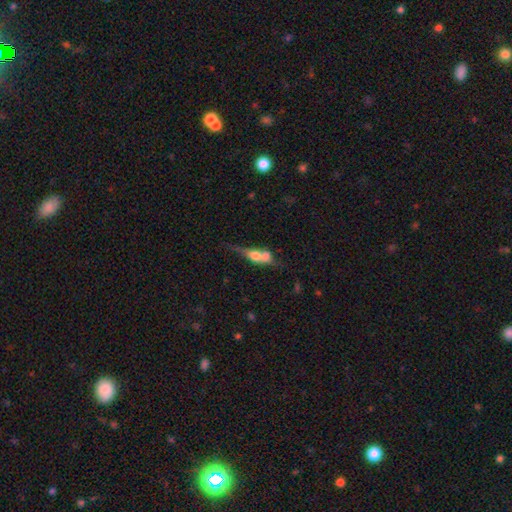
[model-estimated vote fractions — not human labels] This appears to be a featured or disk galaxy (46%). Merging: merger (55%).